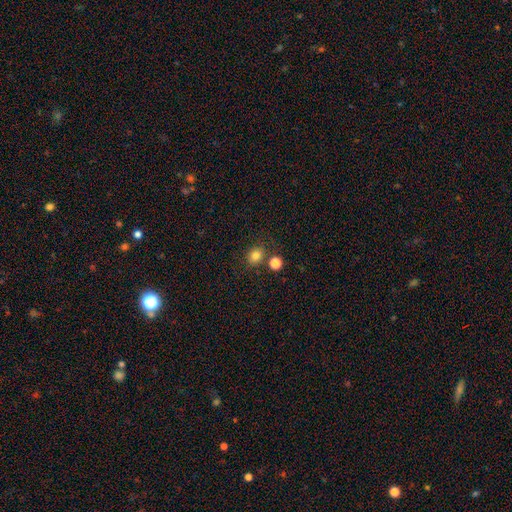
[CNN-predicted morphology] Smooth or featured? Predicted: smooth (p=0.81). How rounded? Predicted: round (p=0.67). Merging? Predicted: none (p=0.76).